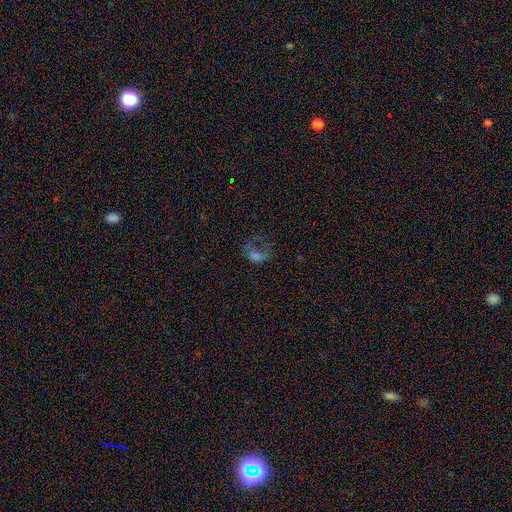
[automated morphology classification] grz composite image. It shows a smooth galaxy with no disk features (47%). Merging: major disturbance (50%).